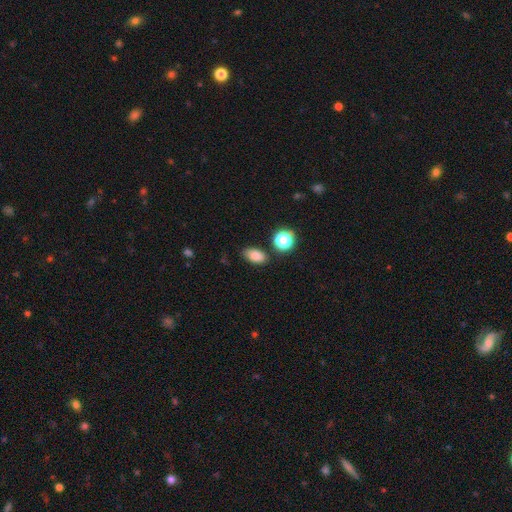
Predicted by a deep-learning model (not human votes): Q: Smooth or featured?
A: smooth (82%); runner-up: star or artifact (12%)
Q: How rounded?
A: in between (87%); runner-up: round (11%)
Q: Merging?
A: none (76%); runner-up: minor disturbance (16%)